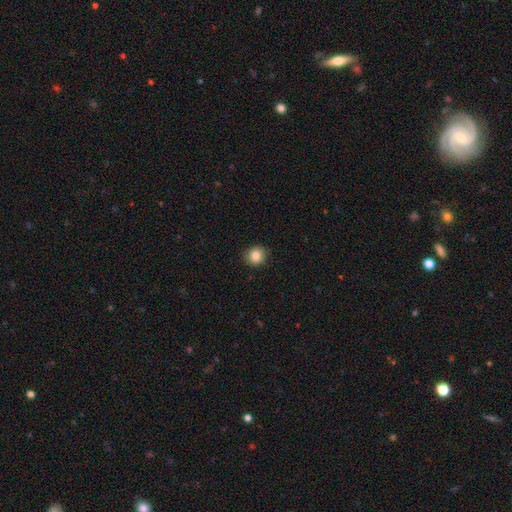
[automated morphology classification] Smooth or featured? smooth (85%)
How rounded? round (88%)
Merging? none (91%)